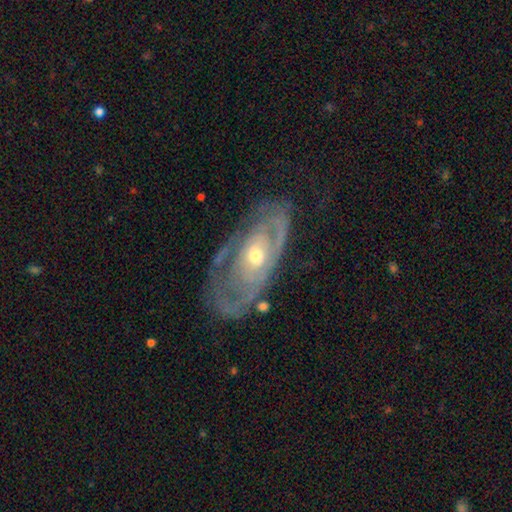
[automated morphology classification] Smooth or featured?
  - featured or disk: 85% *
  - smooth: 10%
  - star or artifact: 5%
Edge-on disk?
  - no: 93% *
  - yes: 7%
Bar?
  - no: 74% *
  - weak: 20%
  - strong: 6%
Spiral arms?
  - yes: 84% *
  - no: 16%
Spiral winding?
  - tight: 61% *
  - medium: 29%
  - loose: 10%
Spiral arm count?
  - 2: 45% *
  - can't tell: 31%
  - 1: 10%
  - 3: 8%
  - 4: 3%
  - more than 4: 3%
Bulge size?
  - moderate: 56% *
  - small: 40%
  - large: 3%
  - none: 1%
  - dominant: 1%
Merging?
  - none: 66% *
  - minor disturbance: 19%
  - major disturbance: 12%
  - merger: 2%